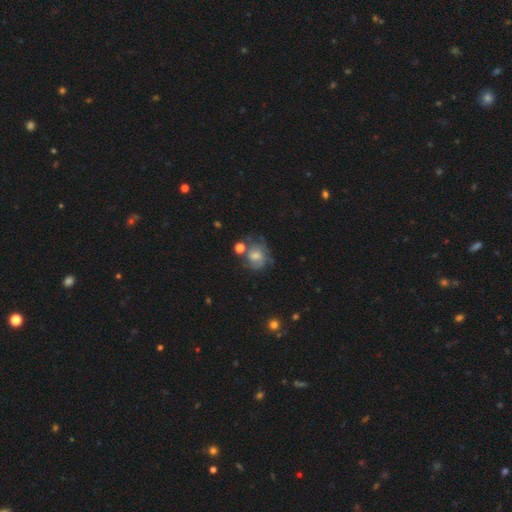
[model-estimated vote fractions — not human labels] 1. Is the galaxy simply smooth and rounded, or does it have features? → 50% featured or disk, 40% smooth, 11% star or artifact.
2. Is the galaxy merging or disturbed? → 48% none, 22% minor disturbance, 16% major disturbance, 13% merger.